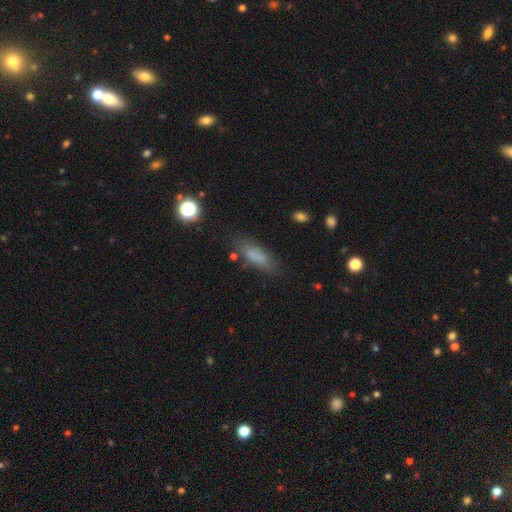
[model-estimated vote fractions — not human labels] A smooth galaxy with no disk features (77%) that is in between round and cigar-shaped (55%).

Vote fractions:
- Smooth or featured? smooth: 77% / featured or disk: 12% / star or artifact: 11%
- How rounded? in between: 55% / cigar-shaped: 43% / round: 3%
- Merging? none: 75% / minor disturbance: 16% / major disturbance: 6% / merger: 3%